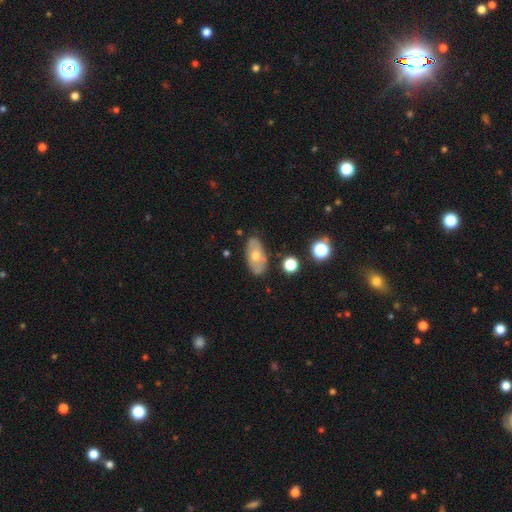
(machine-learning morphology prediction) type=smooth (49%); merging=none (80%).